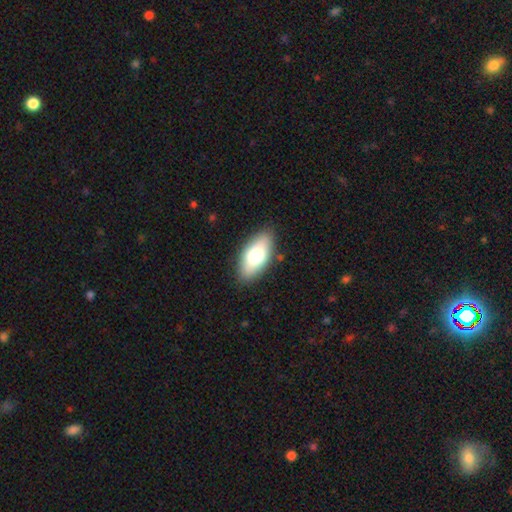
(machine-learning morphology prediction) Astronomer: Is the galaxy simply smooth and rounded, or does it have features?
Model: smooth — 75%.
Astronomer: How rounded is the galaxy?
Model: in between — 90%.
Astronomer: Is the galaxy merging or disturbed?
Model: none — 85%.